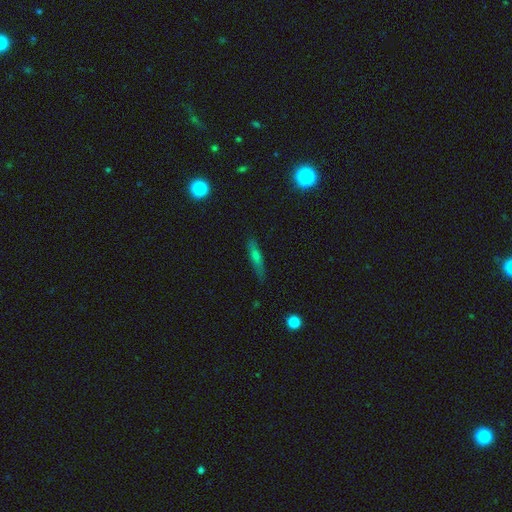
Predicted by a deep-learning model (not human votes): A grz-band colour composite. It shows a smooth galaxy with no disk features (45%). Merging: none (82%).